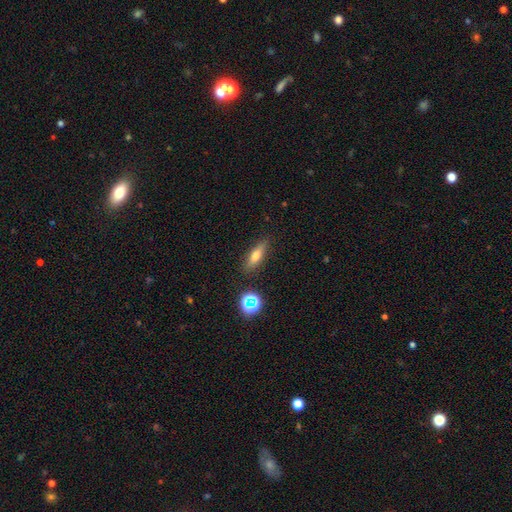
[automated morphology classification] A smooth galaxy with no disk features (58%) that is cigar-shaped (52%). Merging: none (85%).